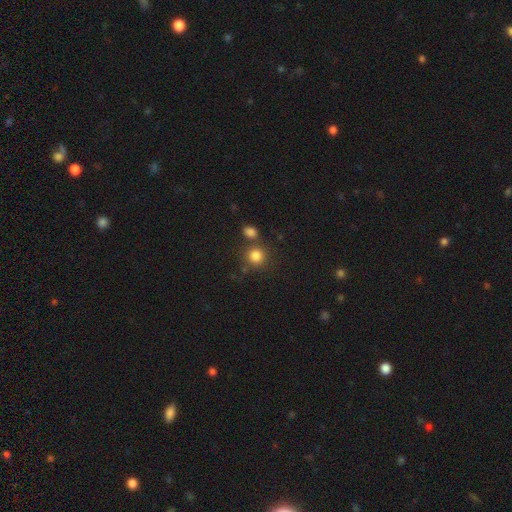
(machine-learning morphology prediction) smooth-or-featured: smooth: 82% | star or artifact: 12% | featured or disk: 6%
  how-rounded: round: 88% | in between: 11% | cigar-shaped: 1%
  merging: none: 69% | merger: 17% | minor disturbance: 10% | major disturbance: 4%